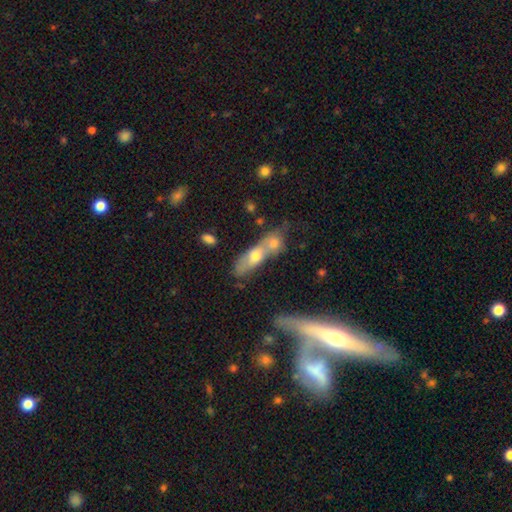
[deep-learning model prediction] Smooth or featured? smooth (61%)
How rounded? in between (54%)
Merging? merger (67%)